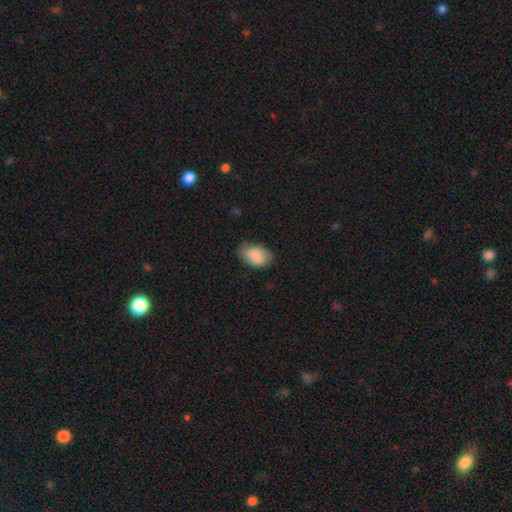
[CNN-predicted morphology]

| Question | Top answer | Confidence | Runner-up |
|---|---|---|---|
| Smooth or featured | smooth | 88% | star or artifact (6%) |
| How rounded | in between | 90% | round (9%) |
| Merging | none | 70% | minor disturbance (24%) |